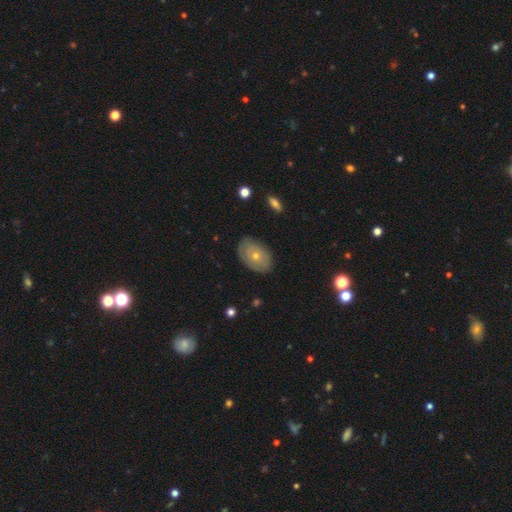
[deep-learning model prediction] Q: Smooth or featured?
A: smooth (47%); runner-up: featured or disk (43%)
Q: Merging?
A: none (82%); runner-up: minor disturbance (14%)